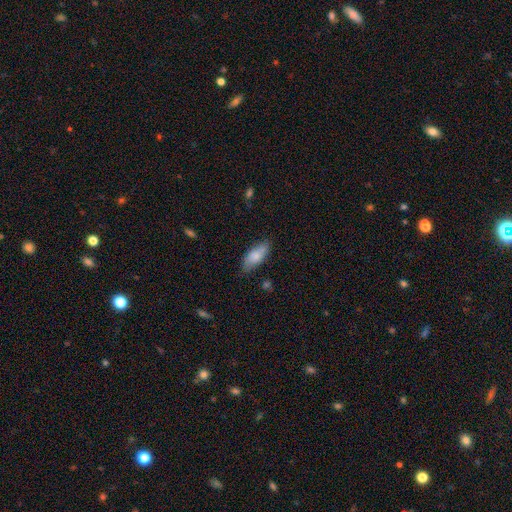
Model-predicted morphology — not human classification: type=smooth (79%); roundness=in between (79%); merging=none (78%).